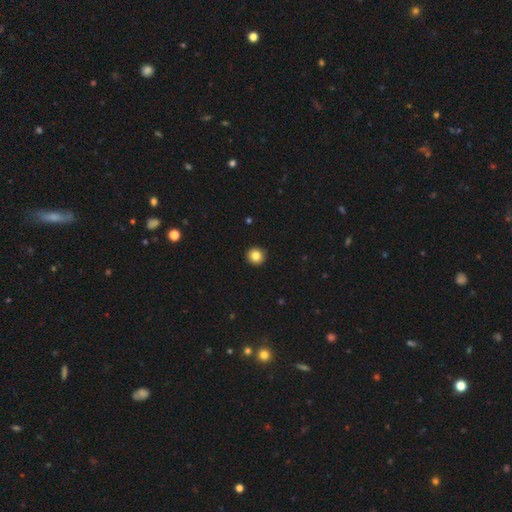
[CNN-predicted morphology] type=smooth (84%); roundness=round (93%); merging=none (94%).